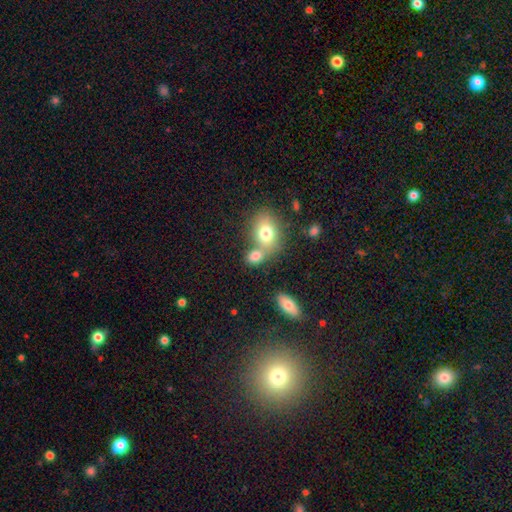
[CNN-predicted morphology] Smooth or featured? Predicted: smooth (p=0.79). How rounded? Predicted: in between (p=0.69). Merging? Predicted: merger (p=0.46).